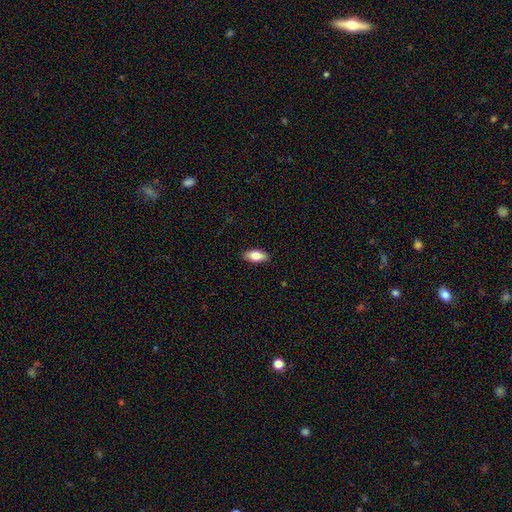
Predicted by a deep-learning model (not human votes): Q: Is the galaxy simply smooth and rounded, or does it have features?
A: smooth — 75%.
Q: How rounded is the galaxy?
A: in between — 84%.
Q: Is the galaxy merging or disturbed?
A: none — 89%.